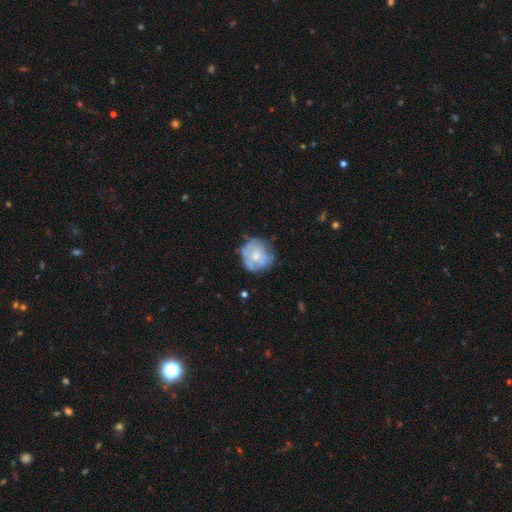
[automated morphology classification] This appears to be a featured or disk galaxy (48%). Merging: none (58%).